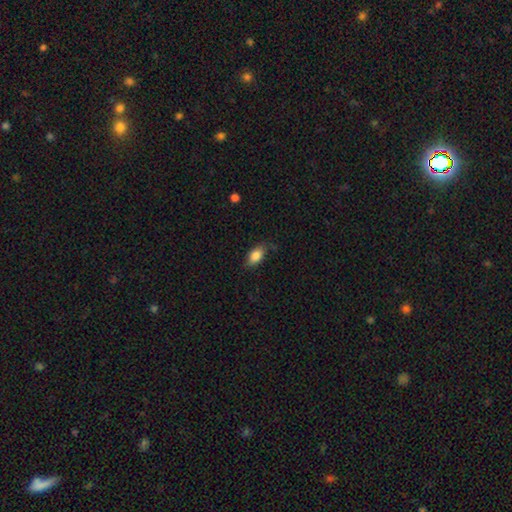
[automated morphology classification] smooth-or-featured: smooth: 83% | featured or disk: 10% | star or artifact: 7%
  how-rounded: in between: 88% | round: 6% | cigar-shaped: 6%
  merging: none: 76% | minor disturbance: 19% | major disturbance: 4% | merger: 1%